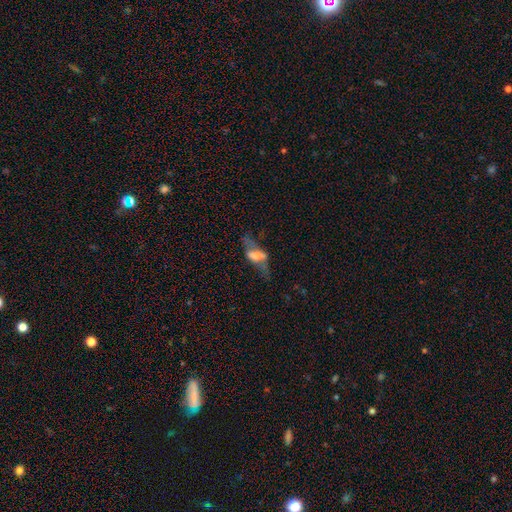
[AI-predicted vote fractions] featured or disk 59%, smooth 31%, star or artifact 10%. Down the decision tree: edge-on disk — no (64%); merging — none (45%).